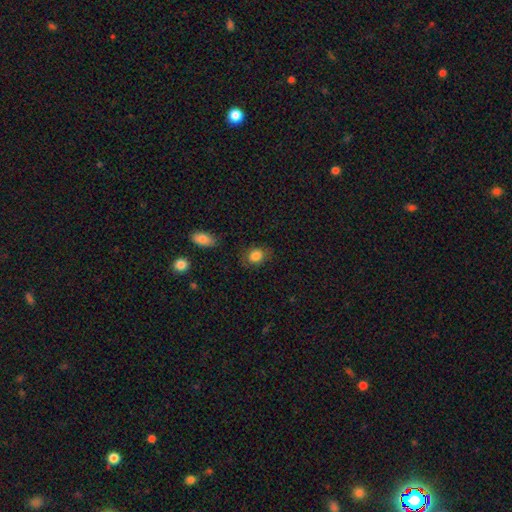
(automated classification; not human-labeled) smooth_or_featured: smooth (p=0.84) [alt: star or artifact p=0.09]
how_rounded: in between (p=0.50) [alt: round p=0.49]
merging: none (p=0.77) [alt: minor disturbance p=0.16]